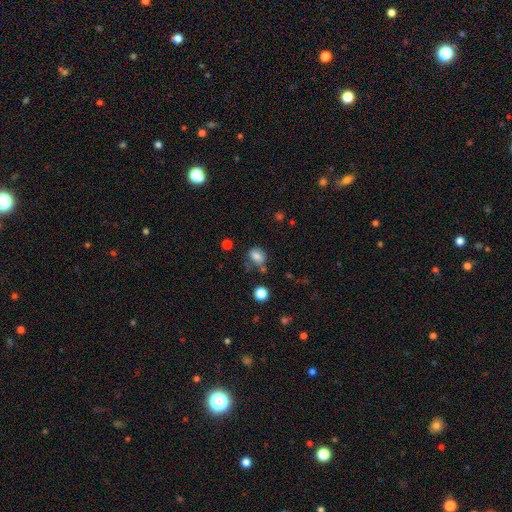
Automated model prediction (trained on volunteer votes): Smooth or featured? smooth (77%)
How rounded? in between (58%)
Merging? none (60%)